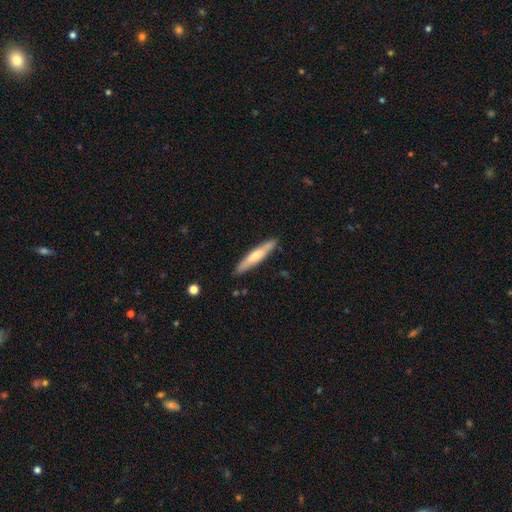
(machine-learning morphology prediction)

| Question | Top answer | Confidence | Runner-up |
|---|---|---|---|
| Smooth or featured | smooth | 55% | featured or disk (40%) |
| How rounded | cigar-shaped | 90% | in between (8%) |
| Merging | none | 87% | minor disturbance (10%) |